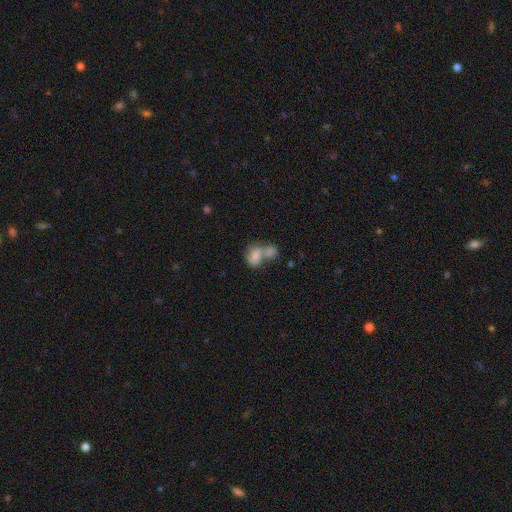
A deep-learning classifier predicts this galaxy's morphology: The model was most divided on "smooth or featured": smooth: 69%, featured or disk: 21%, star or artifact: 9%. More confident: how rounded — in between (73%); merging — merger (69%).